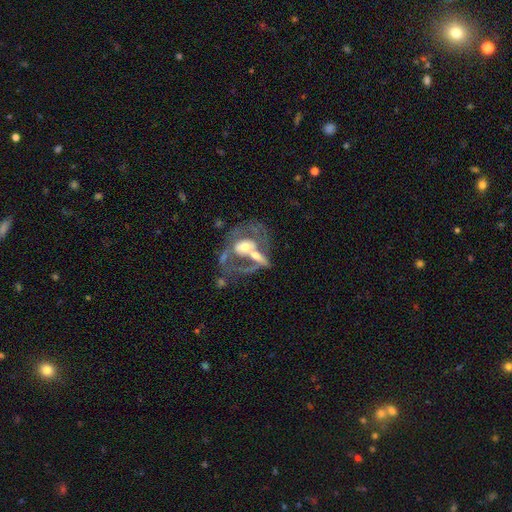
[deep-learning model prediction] Smooth or featured? Predicted: featured or disk (p=0.64). Edge-on disk? Predicted: no (p=0.93). Bar? Predicted: no (p=0.73). Spiral arms? Predicted: no (p=0.67). Bulge size? Predicted: moderate (p=0.60). Merging? Predicted: merger (p=0.50).